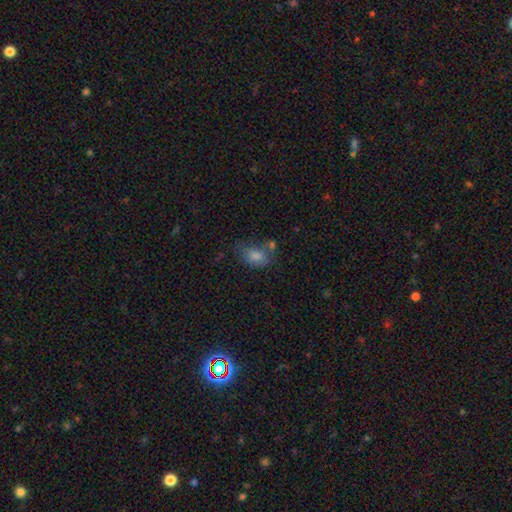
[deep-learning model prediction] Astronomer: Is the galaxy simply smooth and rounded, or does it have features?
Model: smooth — 72%.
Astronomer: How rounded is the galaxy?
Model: in between — 78%.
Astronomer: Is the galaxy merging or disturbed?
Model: none — 57%.